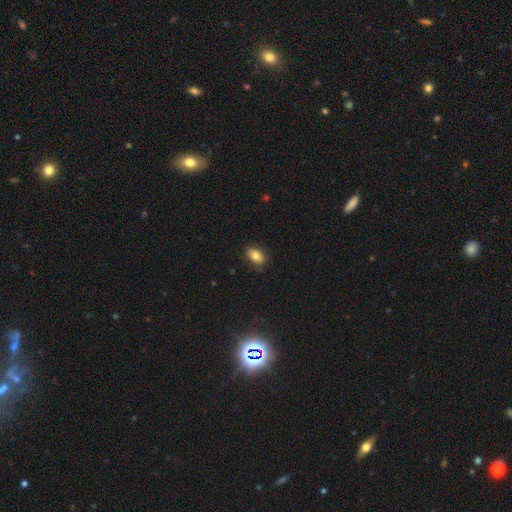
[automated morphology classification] Smooth or featured? smooth (80%)
How rounded? in between (88%)
Merging? none (81%)